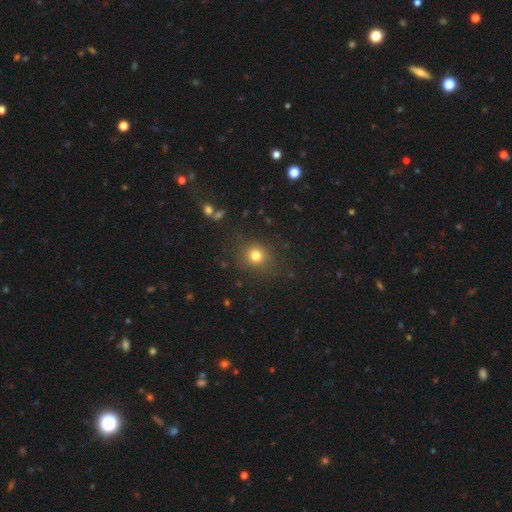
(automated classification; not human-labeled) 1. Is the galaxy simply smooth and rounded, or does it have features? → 78% smooth, 15% star or artifact, 7% featured or disk.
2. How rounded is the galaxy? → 84% round, 15% in between, 1% cigar-shaped.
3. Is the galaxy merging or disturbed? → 84% none, 10% minor disturbance, 4% major disturbance, 2% merger.